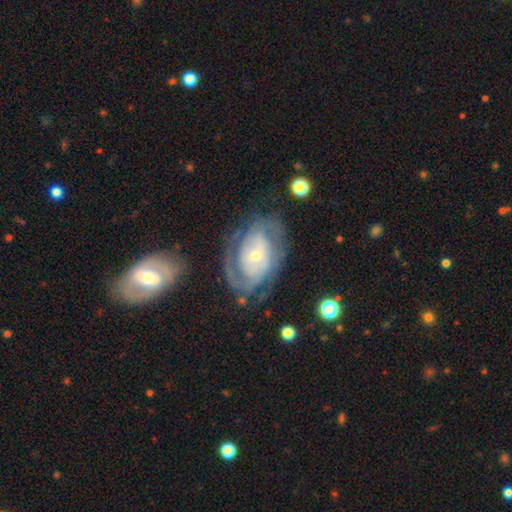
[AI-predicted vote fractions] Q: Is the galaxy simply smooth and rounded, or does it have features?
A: featured or disk — 81%.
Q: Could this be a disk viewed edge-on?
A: no — 96%.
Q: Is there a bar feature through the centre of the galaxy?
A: no — 65%.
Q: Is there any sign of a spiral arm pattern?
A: yes — 88%.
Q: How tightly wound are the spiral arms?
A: tight — 58%.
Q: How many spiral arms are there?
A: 2 — 37%.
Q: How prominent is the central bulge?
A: small — 69%.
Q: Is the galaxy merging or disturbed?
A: none — 62%.